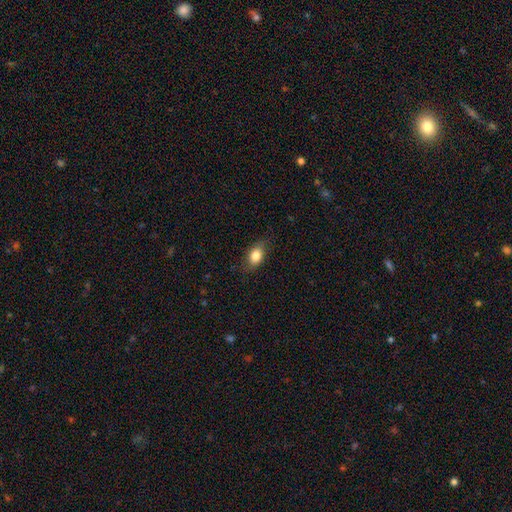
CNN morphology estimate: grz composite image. It shows a smooth galaxy with no disk features (82%) that is in between round and cigar-shaped (83%). Merging: none (78%).